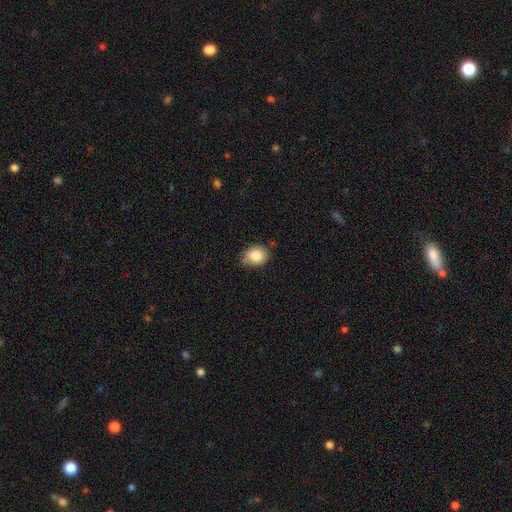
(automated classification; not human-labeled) Smooth or featured?
  - smooth: 85% *
  - star or artifact: 8%
  - featured or disk: 7%
How rounded?
  - in between: 51% *
  - round: 48%
  - cigar-shaped: 1%
Merging?
  - none: 71% *
  - minor disturbance: 23%
  - major disturbance: 4%
  - merger: 2%